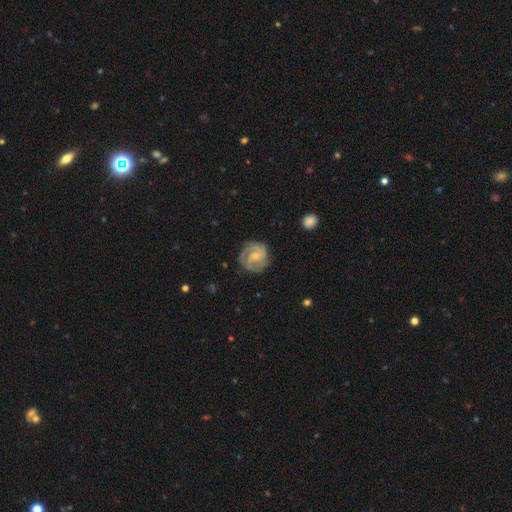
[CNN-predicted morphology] Smooth or featured? featured or disk (84%)
Edge-on disk? no (98%)
Bar? no (58%)
Spiral arms? yes (97%)
Spiral winding? tight (58%)
Spiral arm count? 2 (46%)
Bulge size? small (64%)
Merging? none (79%)